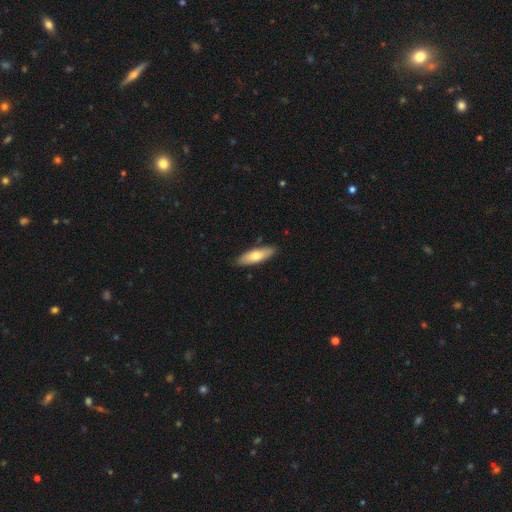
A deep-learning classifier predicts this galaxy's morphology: Smooth or featured: smooth — 67% (featured or disk — 27%)
How rounded: in between — 56% (cigar-shaped — 42%)
Merging: none — 86% (minor disturbance — 10%)